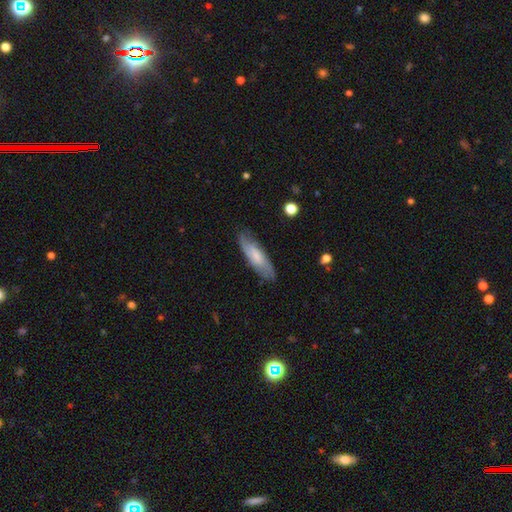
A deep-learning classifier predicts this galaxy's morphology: A smooth galaxy with no disk features (56%) that is cigar-shaped (53%).

Vote fractions:
- Smooth or featured? smooth: 56% / featured or disk: 38% / star or artifact: 6%
- How rounded? cigar-shaped: 53% / in between: 45% / round: 2%
- Merging? none: 79% / minor disturbance: 16% / major disturbance: 3% / merger: 1%